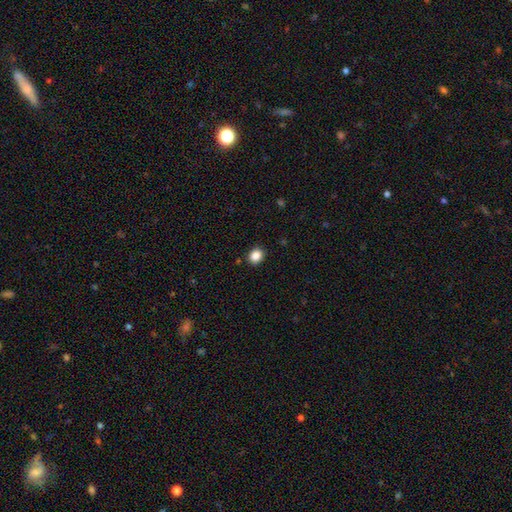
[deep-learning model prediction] Smooth or featured? Predicted: smooth (p=0.86). How rounded? Predicted: round (p=0.58). Merging? Predicted: none (p=0.89).